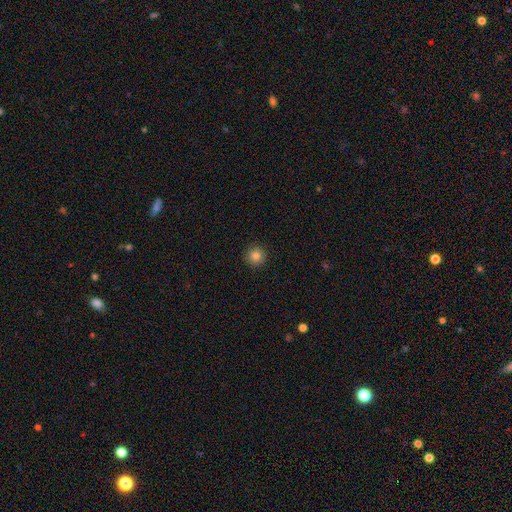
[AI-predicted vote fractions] smooth_or_featured: smooth (p=0.84) [alt: star or artifact p=0.11]
how_rounded: round (p=0.96) [alt: in between p=0.03]
merging: none (p=0.93) [alt: minor disturbance p=0.05]